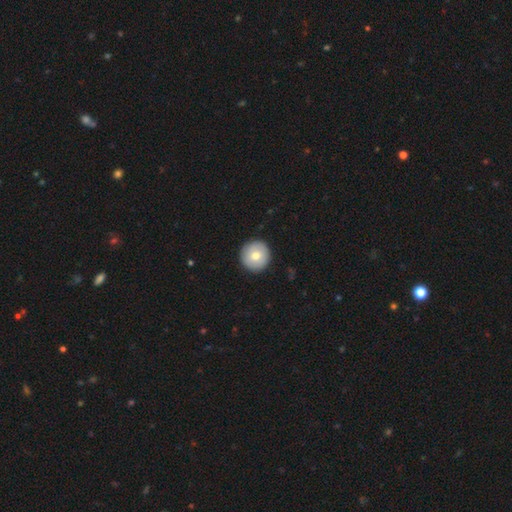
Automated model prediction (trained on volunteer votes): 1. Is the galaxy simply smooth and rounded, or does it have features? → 72% smooth, 21% featured or disk, 7% star or artifact.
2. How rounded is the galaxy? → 96% round, 3% in between, 1% cigar-shaped.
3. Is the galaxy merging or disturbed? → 92% none, 5% minor disturbance, 2% major disturbance, 1% merger.